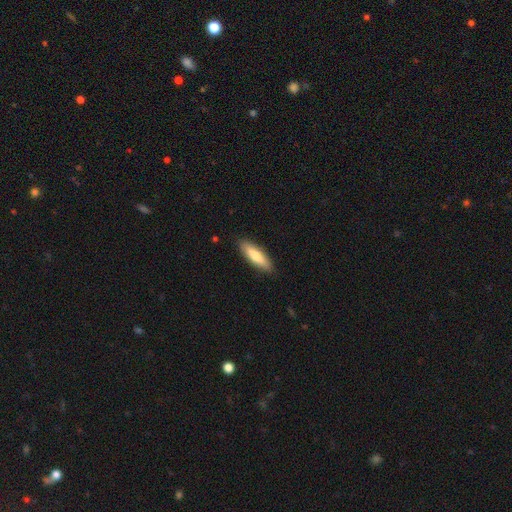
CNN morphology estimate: This appears to be a smooth galaxy with no disk features (74%) that is cigar-shaped (59%). Merging: none (88%).